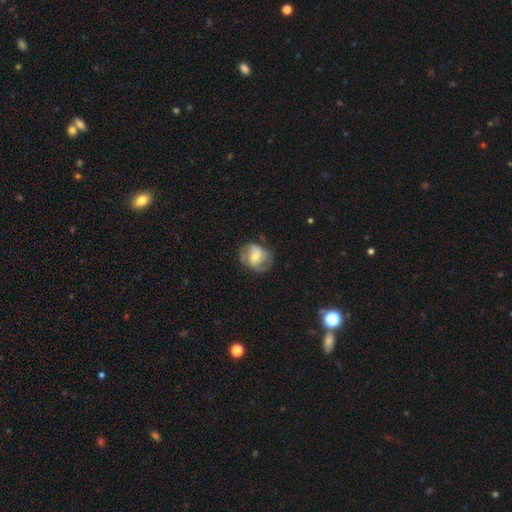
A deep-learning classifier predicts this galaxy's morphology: smooth_or_featured: featured or disk (p=0.65) [alt: smooth p=0.28]
disk_edge_on: no (p=0.97) [alt: yes p=0.03]
bar: weak (p=0.45) [alt: no p=0.36]
has_spiral_arms: yes (p=0.85) [alt: no p=0.15]
spiral_winding: medium (p=0.48) [alt: tight p=0.29]
spiral_arm_count: 2 (p=0.68) [alt: can't tell p=0.15]
bulge_size: moderate (p=0.46) [alt: small p=0.41]
merging: none (p=0.64) [alt: minor disturbance p=0.22]